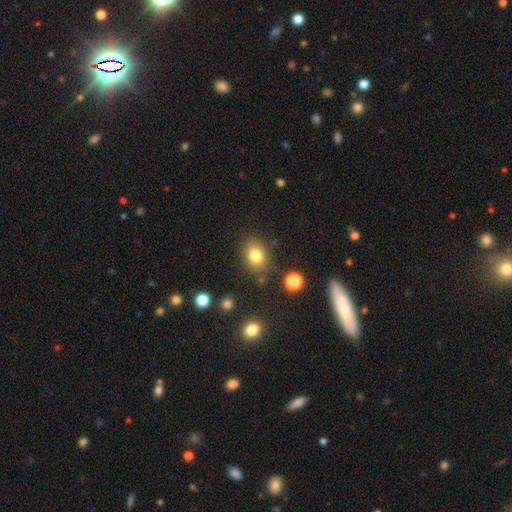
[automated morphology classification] type=smooth (80%); roundness=in between (55%); merging=none (80%).